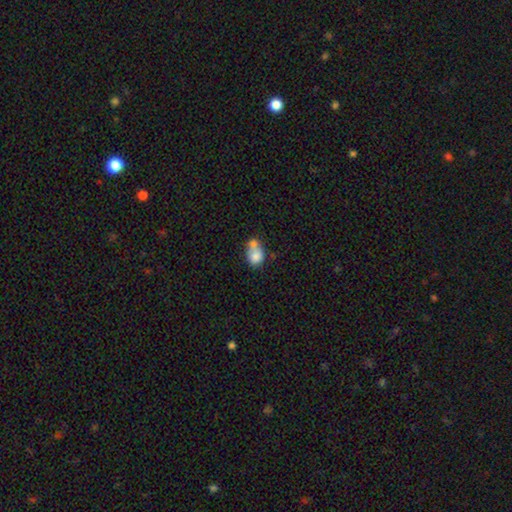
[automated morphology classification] Smooth or featured?
  - smooth: 76% *
  - featured or disk: 15%
  - star or artifact: 9%
How rounded?
  - in between: 52% *
  - round: 46%
  - cigar-shaped: 1%
Merging?
  - merger: 58% *
  - none: 25%
  - minor disturbance: 12%
  - major disturbance: 5%